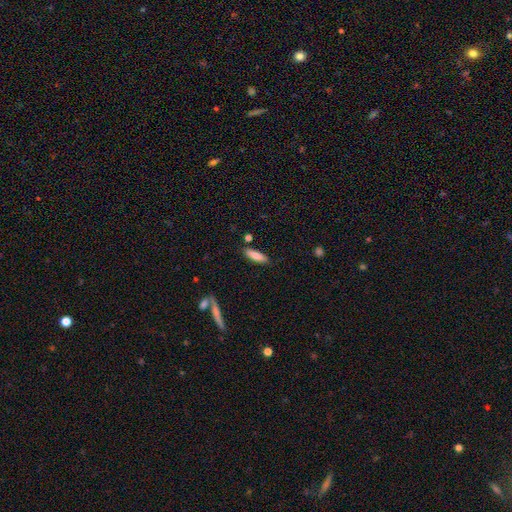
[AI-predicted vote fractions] Overall: smooth (84%). How rounded: cigar-shaped (58%; in between 41%). Merging: none (83%).